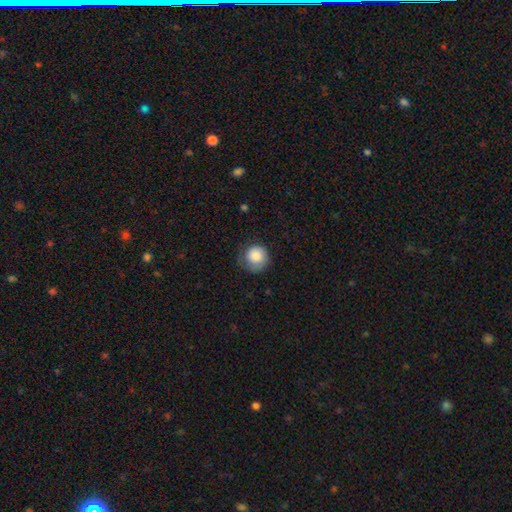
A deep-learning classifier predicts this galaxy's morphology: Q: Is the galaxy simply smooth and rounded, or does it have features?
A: smooth — 85%.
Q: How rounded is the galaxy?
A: round — 92%.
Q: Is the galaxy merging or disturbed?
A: none — 63%.